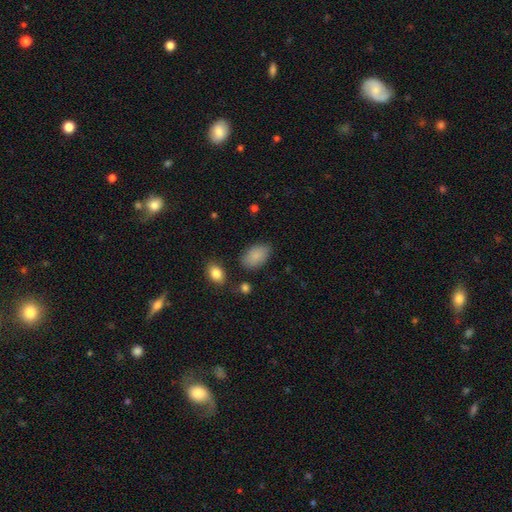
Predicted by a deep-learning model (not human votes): smooth_or_featured: smooth (p=0.86) [alt: star or artifact p=0.07]
how_rounded: in between (p=0.92) [alt: round p=0.07]
merging: none (p=0.78) [alt: minor disturbance p=0.15]